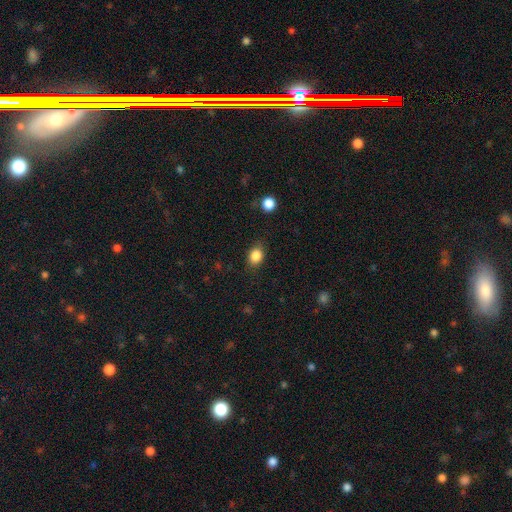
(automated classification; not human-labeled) Smooth or featured?
  - smooth: 85% *
  - star or artifact: 10%
  - featured or disk: 5%
How rounded?
  - in between: 55% *
  - round: 44%
  - cigar-shaped: 1%
Merging?
  - none: 81% *
  - minor disturbance: 14%
  - major disturbance: 4%
  - merger: 1%